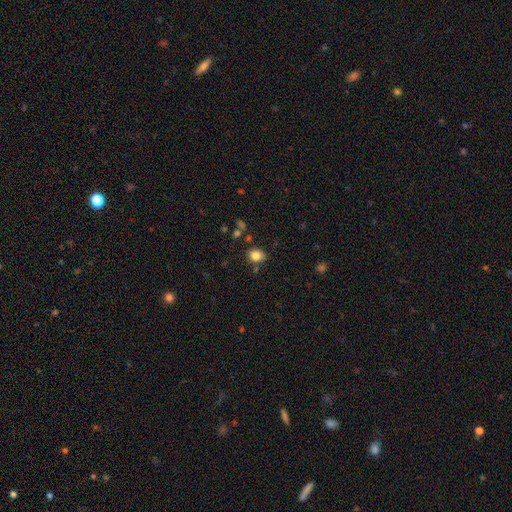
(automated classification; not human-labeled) Morphology: type=smooth (83%); roundness=in between (53%); merging=none (75%).